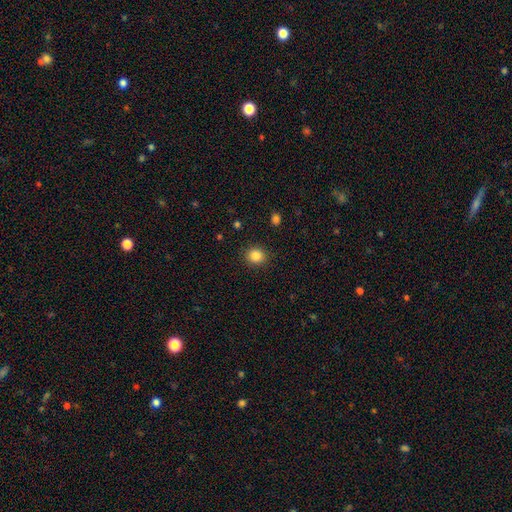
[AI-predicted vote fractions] A smooth galaxy with no disk features (86%) that is round (84%).

Vote fractions:
- Smooth or featured? smooth: 86% / star or artifact: 11% / featured or disk: 4%
- How rounded? round: 84% / in between: 15% / cigar-shaped: 1%
- Merging? none: 90% / minor disturbance: 7% / major disturbance: 2% / merger: 1%